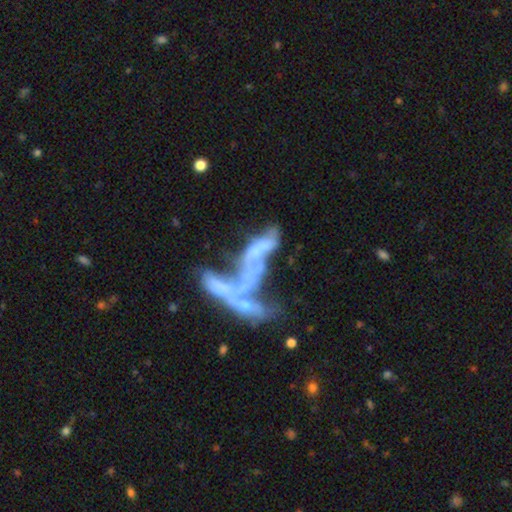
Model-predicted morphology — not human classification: Smooth or featured? Predicted: featured or disk (p=0.64). Edge-on disk? Predicted: no (p=0.87). Bar? Predicted: no (p=0.82). Spiral arms? Predicted: no (p=0.70). Bulge size? Predicted: none (p=0.60). Merging? Predicted: merger (p=0.67).